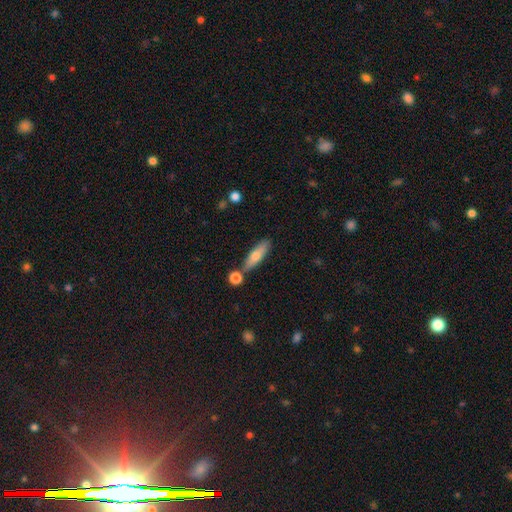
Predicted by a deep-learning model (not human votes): The model was most divided on "smooth or featured": smooth: 66%, featured or disk: 28%, star or artifact: 6%. More confident: merging — none (73%); how rounded — cigar-shaped (68%).